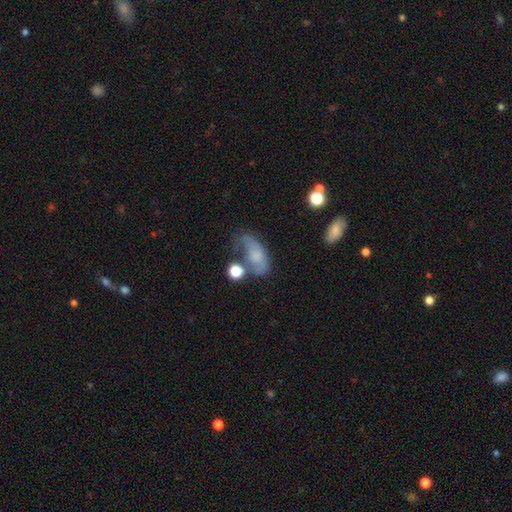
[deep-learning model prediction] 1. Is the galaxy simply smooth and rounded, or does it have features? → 58% smooth, 31% featured or disk, 11% star or artifact.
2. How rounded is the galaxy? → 84% in between, 9% round, 7% cigar-shaped.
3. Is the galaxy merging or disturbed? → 33% major disturbance, 26% none, 26% minor disturbance, 15% merger.